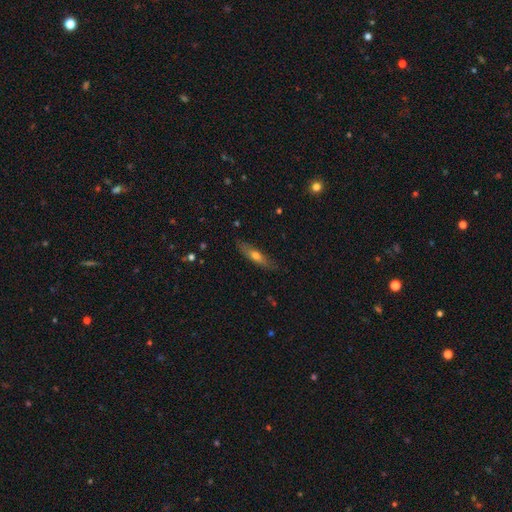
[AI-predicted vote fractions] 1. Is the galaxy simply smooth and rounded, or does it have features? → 53% smooth, 41% featured or disk, 6% star or artifact.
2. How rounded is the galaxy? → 76% cigar-shaped, 22% in between, 2% round.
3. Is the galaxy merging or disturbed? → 83% none, 13% minor disturbance, 2% major disturbance, 1% merger.